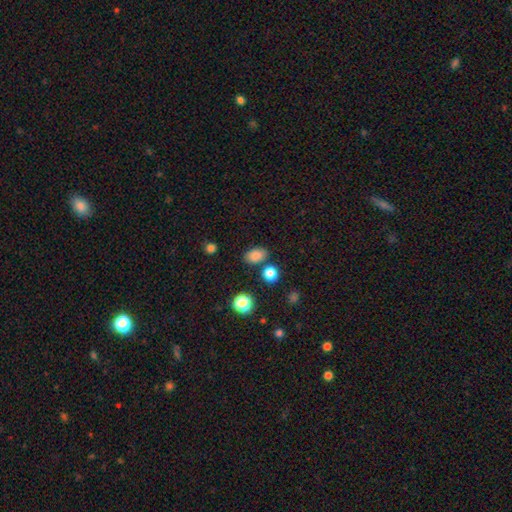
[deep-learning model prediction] smooth 83%, star or artifact 12%, featured or disk 5%. Down the decision tree: how rounded — in between (80%); merging — none (81%).